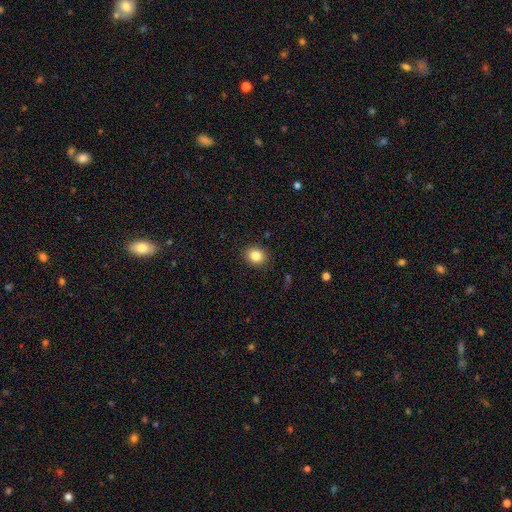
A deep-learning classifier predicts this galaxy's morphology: Overall: smooth (84%). How rounded: round (64%; in between 35%). Merging: none (89%).